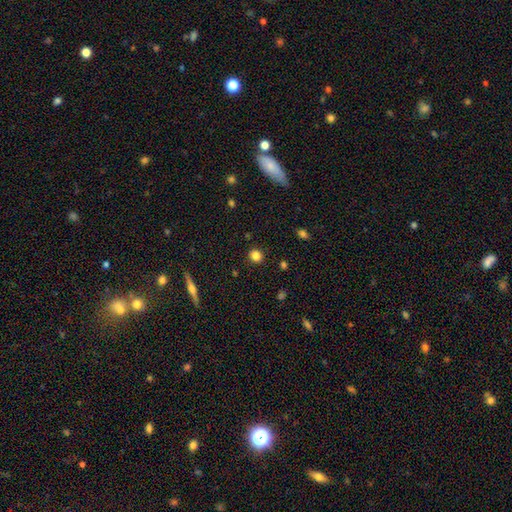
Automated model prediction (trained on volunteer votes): Smooth or featured?
  - smooth: 83% *
  - star or artifact: 12%
  - featured or disk: 5%
How rounded?
  - round: 88% *
  - in between: 11%
  - cigar-shaped: 1%
Merging?
  - none: 91% *
  - minor disturbance: 6%
  - major disturbance: 2%
  - merger: 1%